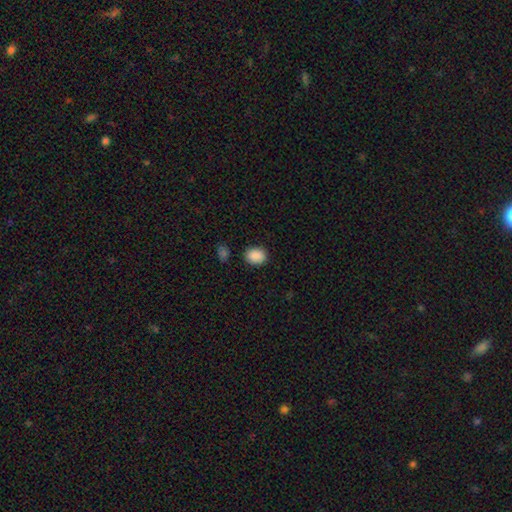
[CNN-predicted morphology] Overall: smooth (89%). How rounded: in between (54%; round 45%). Merging: none (85%).